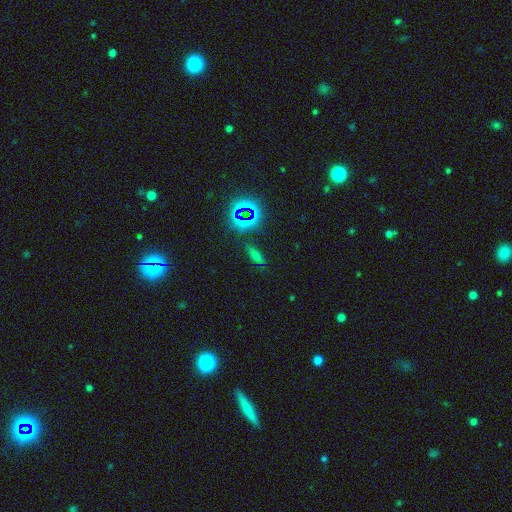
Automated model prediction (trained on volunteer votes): A smooth galaxy with no disk features (53%) that is in between round and cigar-shaped (54%). Merging: none (80%).